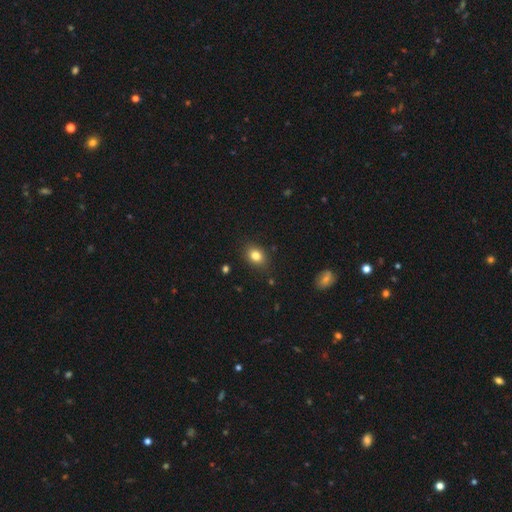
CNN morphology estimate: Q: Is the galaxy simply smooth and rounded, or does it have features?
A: smooth — 81%.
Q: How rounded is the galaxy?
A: in between — 61%.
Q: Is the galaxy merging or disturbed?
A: none — 84%.